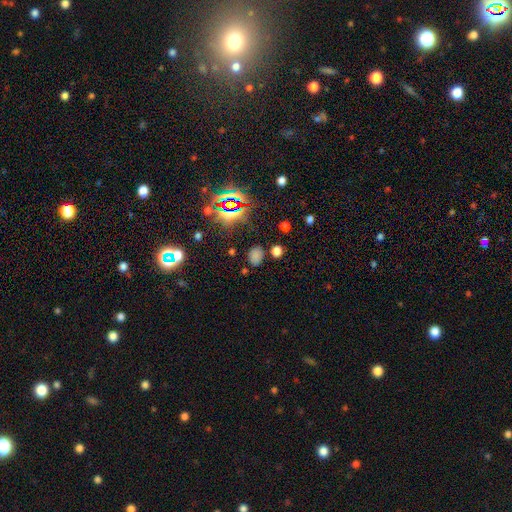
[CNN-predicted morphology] The model was most divided on "how rounded": in between: 62%, round: 37%, cigar-shaped: 2%. More confident: merging — none (79%); smooth or featured — smooth (62%).